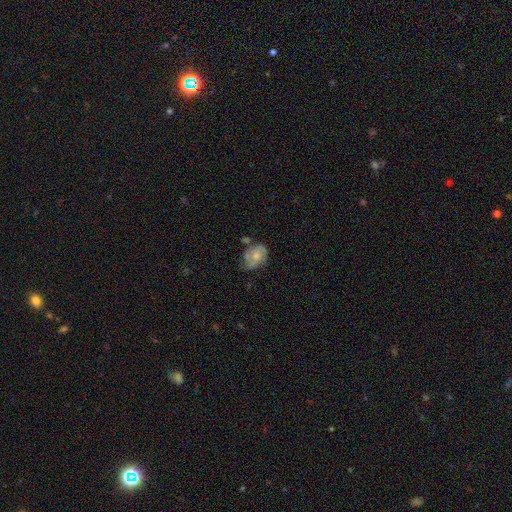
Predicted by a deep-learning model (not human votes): Smooth or featured?
  - featured or disk: 47% *
  - smooth: 45%
  - star or artifact: 8%
Merging?
  - none: 48% *
  - minor disturbance: 31%
  - major disturbance: 14%
  - merger: 7%